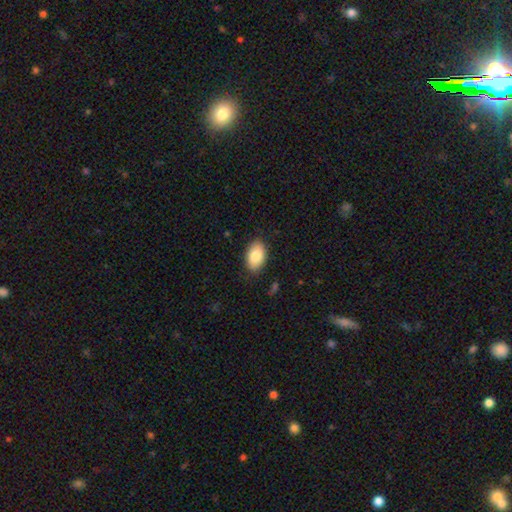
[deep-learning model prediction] A smooth galaxy with no disk features (84%) that is in between round and cigar-shaped (92%). Merging: none (85%).